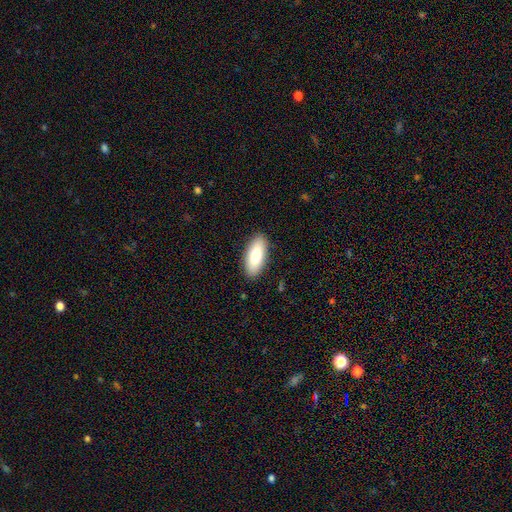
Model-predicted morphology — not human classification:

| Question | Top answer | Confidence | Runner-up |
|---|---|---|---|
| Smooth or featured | smooth | 78% | featured or disk (15%) |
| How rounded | in between | 84% | cigar-shaped (14%) |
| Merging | none | 89% | minor disturbance (8%) |